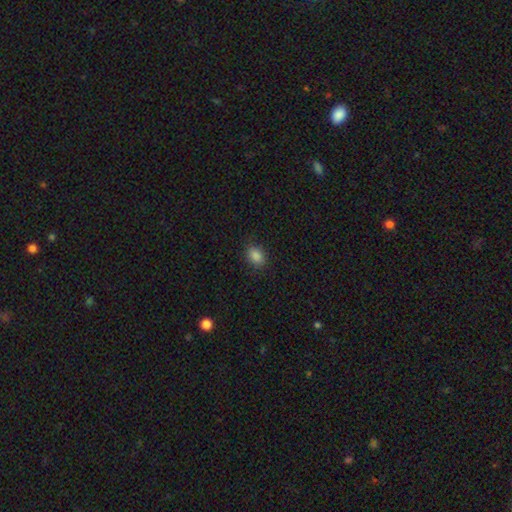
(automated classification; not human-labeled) smooth_or_featured: smooth (p=0.87) [alt: star or artifact p=0.10]
how_rounded: in between (p=0.75) [alt: round p=0.24]
merging: none (p=0.87) [alt: minor disturbance p=0.09]